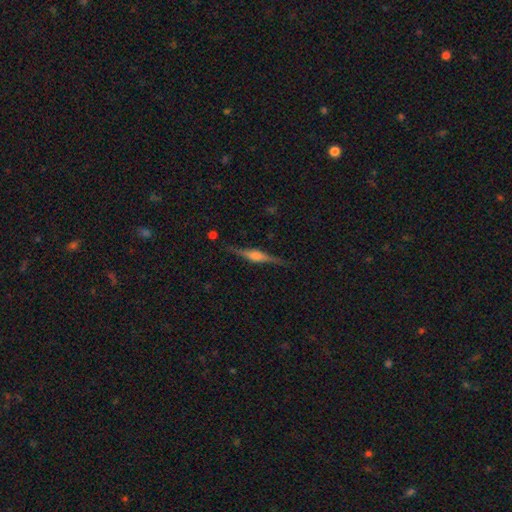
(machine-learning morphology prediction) Smooth or featured?
  - featured or disk: 75% *
  - smooth: 18%
  - star or artifact: 7%
Edge-on disk?
  - yes: 98% *
  - no: 2%
Edge-on bulge?
  - rounded: 74% *
  - boxy: 21%
  - none: 5%
Merging?
  - none: 86% *
  - minor disturbance: 10%
  - major disturbance: 3%
  - merger: 1%